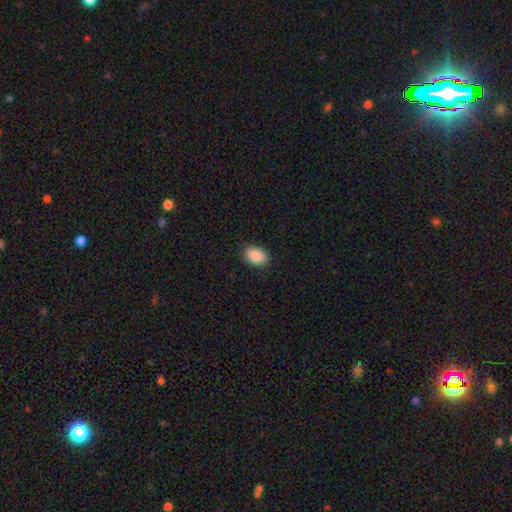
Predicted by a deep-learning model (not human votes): A smooth galaxy with no disk features (90%) that is in between round and cigar-shaped (82%).

Vote fractions:
- Smooth or featured? smooth: 90% / star or artifact: 7% / featured or disk: 3%
- How rounded? in between: 82% / round: 17% / cigar-shaped: 1%
- Merging? none: 89% / minor disturbance: 8% / major disturbance: 2% / merger: 1%